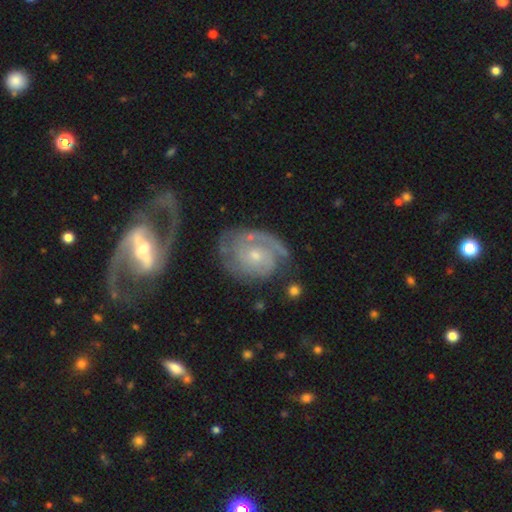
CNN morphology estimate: The model was most divided on "spiral arm count": 2: 49%, can't tell: 21%, 3: 12%, 1: 11%, 4: 4%, more than 4: 4%. More confident: edge-on disk — no (97%); spiral arms — yes (94%); smooth or featured — featured or disk (85%); bar — no (71%); bulge size — small (67%); spiral winding — tight (60%); merging — none (59%).